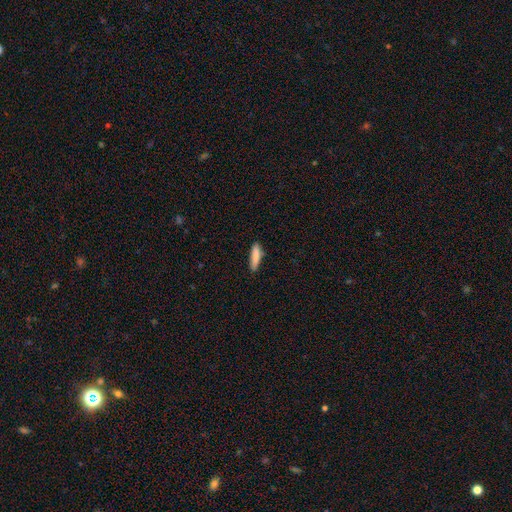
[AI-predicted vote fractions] The model was most divided on "how rounded": cigar-shaped: 76%, in between: 22%, round: 2%. More confident: smooth or featured — smooth (84%); merging — none (79%).